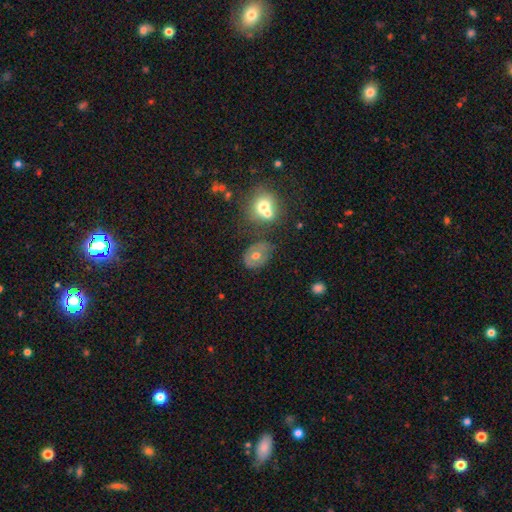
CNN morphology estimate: smooth 50%, featured or disk 39%, star or artifact 11%. Down the decision tree: how rounded — in between (64%); merging — none (59%).